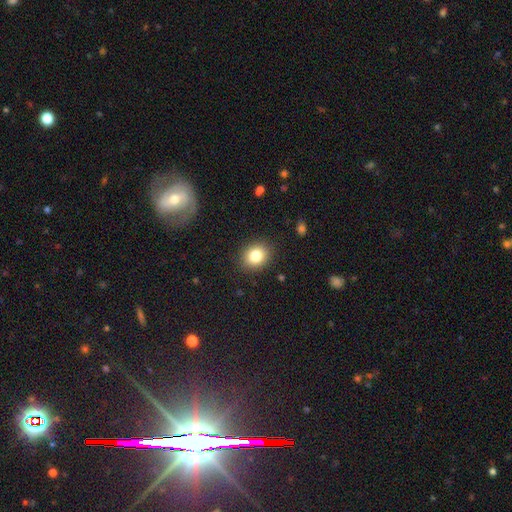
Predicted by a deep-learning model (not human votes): Smooth or featured? Predicted: smooth (p=0.82). How rounded? Predicted: round (p=0.64). Merging? Predicted: none (p=0.89).